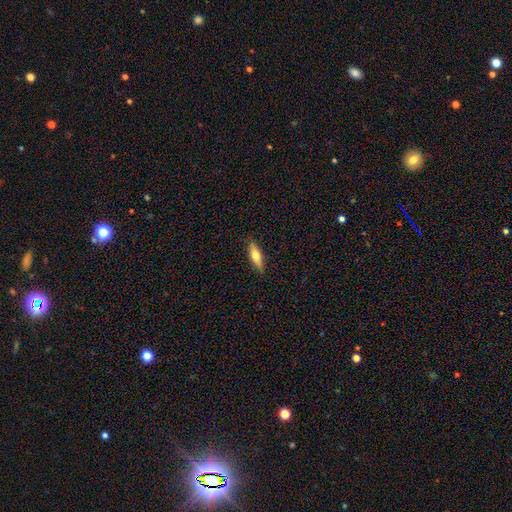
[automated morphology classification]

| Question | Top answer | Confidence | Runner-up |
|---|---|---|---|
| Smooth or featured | smooth | 63% | featured or disk (31%) |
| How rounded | cigar-shaped | 52% | in between (45%) |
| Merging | none | 87% | minor disturbance (10%) |